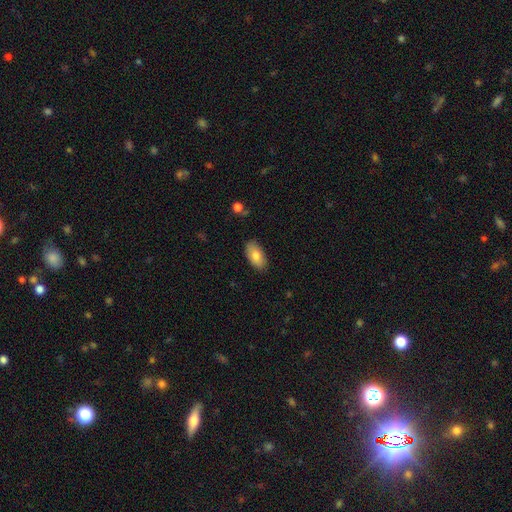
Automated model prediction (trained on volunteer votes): Overall: smooth (80%). How rounded: in between (93%). Merging: none (86%).